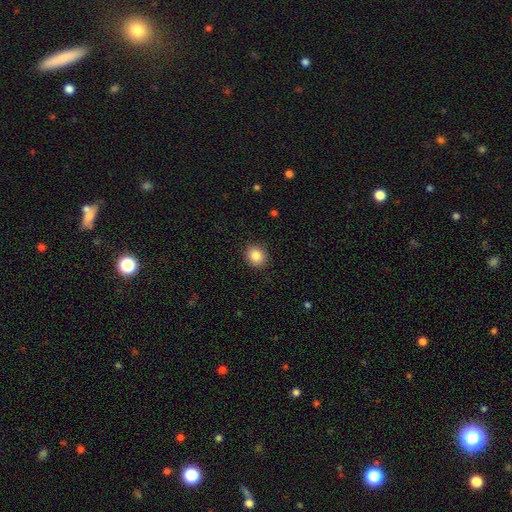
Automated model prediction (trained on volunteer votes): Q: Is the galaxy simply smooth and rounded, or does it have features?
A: smooth — 86%.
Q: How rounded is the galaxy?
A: round — 80%.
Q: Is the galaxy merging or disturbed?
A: none — 90%.